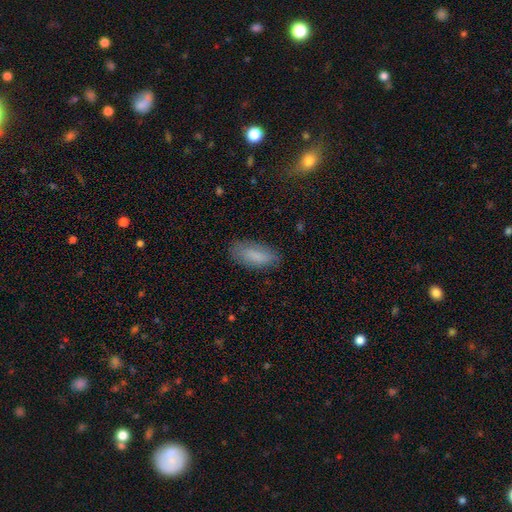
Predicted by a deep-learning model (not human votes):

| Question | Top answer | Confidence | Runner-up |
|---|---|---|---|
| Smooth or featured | smooth | 83% | featured or disk (10%) |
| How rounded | in between | 77% | cigar-shaped (21%) |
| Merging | none | 78% | minor disturbance (16%) |